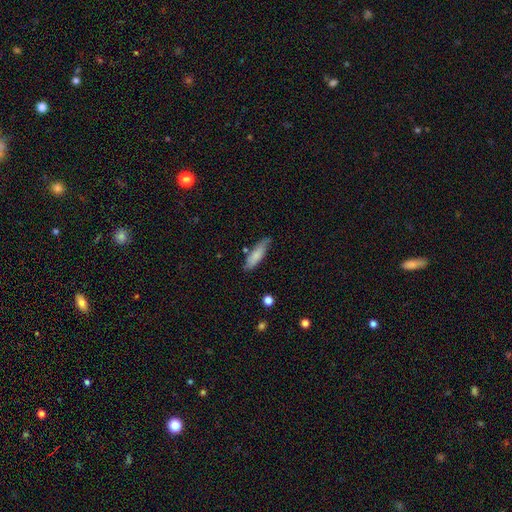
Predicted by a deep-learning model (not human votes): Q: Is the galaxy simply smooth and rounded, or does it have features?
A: smooth — 78%.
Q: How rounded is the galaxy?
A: cigar-shaped — 59%.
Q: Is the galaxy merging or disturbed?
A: none — 74%.